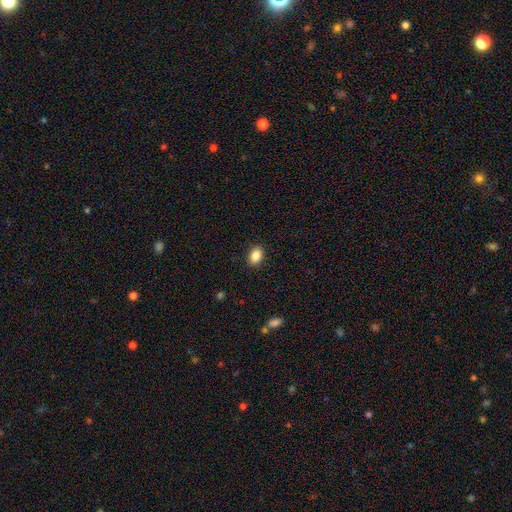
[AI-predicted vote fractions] smooth-or-featured: smooth: 87% | star or artifact: 9% | featured or disk: 5%
  how-rounded: in between: 80% | round: 19% | cigar-shaped: 1%
  merging: none: 90% | minor disturbance: 7% | major disturbance: 2% | merger: 1%